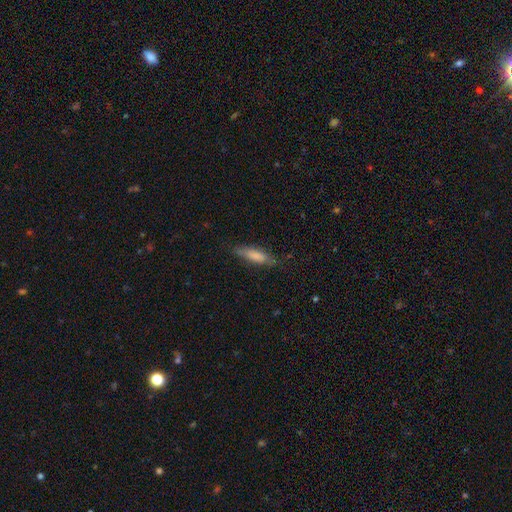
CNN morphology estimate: This is likely a smooth galaxy (74%). How rounded: likely cigar-shaped (69%). Merging: likely none (78%).